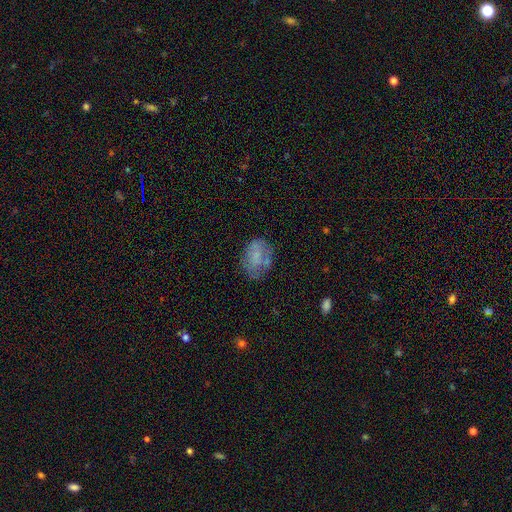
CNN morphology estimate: Overall: smooth (59%; featured or disk 31%). How rounded: in between (73%). Merging: none (56%; minor disturbance 25%).